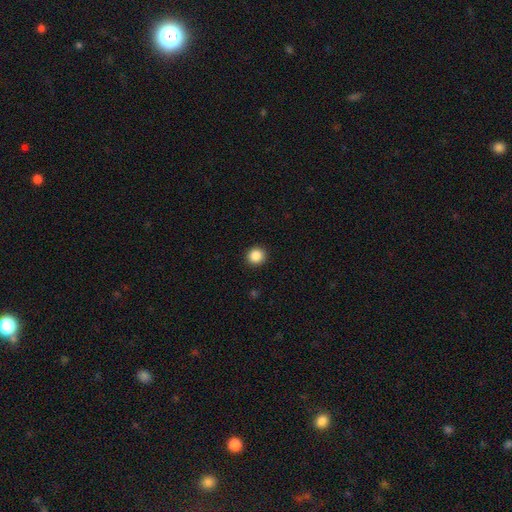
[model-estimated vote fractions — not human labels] A smooth galaxy with no disk features (87%) that is round (93%). Merging: none (93%).